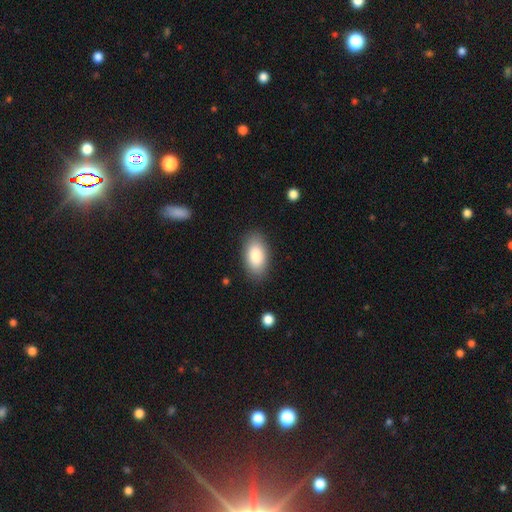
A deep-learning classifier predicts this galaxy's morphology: A smooth galaxy with no disk features (86%) that is in between round and cigar-shaped (94%). Merging: none (86%).